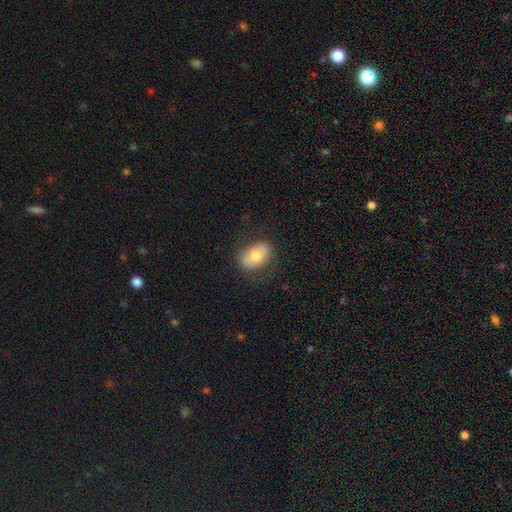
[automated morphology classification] Overall: smooth (70%). How rounded: in between (84%). Merging: none (76%).